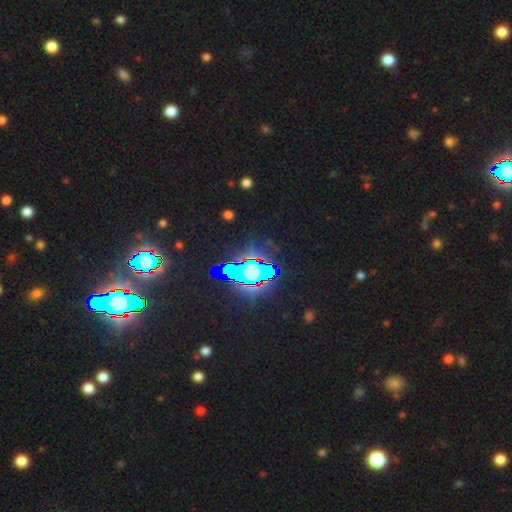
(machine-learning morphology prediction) A star or artifact, not a galaxy (84%).

Vote fractions:
- Smooth or featured? star or artifact: 84% / smooth: 9% / featured or disk: 8%